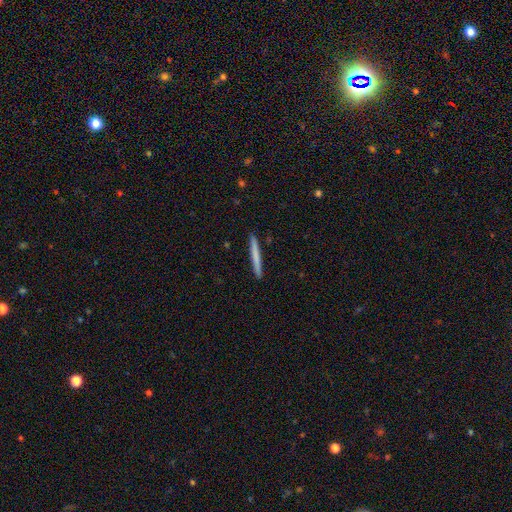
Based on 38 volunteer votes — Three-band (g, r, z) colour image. It shows a smooth galaxy with no disk features (58%) that is cigar-shaped (95%). Merging: none (97%).